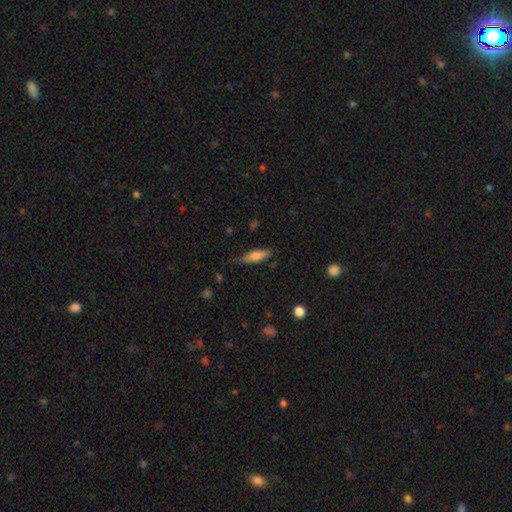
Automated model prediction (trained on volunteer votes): Smooth or featured? smooth (73%)
How rounded? cigar-shaped (51%)
Merging? none (69%)